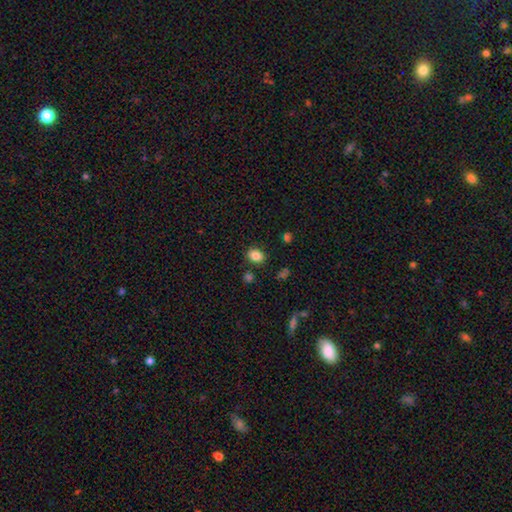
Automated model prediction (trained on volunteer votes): A smooth galaxy with no disk features (84%) that is in between round and cigar-shaped (65%).

Vote fractions:
- Smooth or featured? smooth: 84% / star or artifact: 10% / featured or disk: 6%
- How rounded? in between: 65% / round: 34% / cigar-shaped: 1%
- Merging? none: 82% / minor disturbance: 11% / merger: 4% / major disturbance: 3%